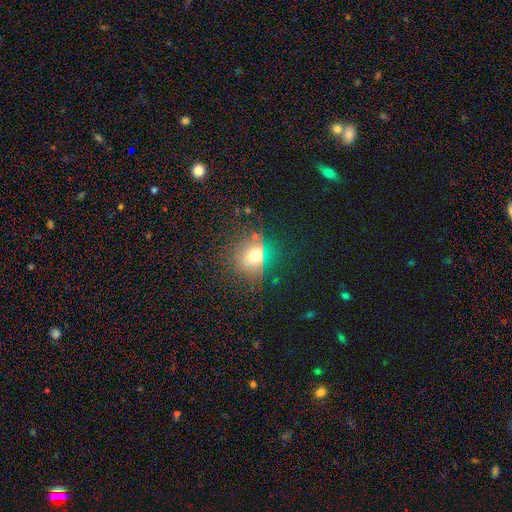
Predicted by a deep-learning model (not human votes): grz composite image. It shows a smooth galaxy with no disk features (65%) that is round (75%). Merging: none (71%).